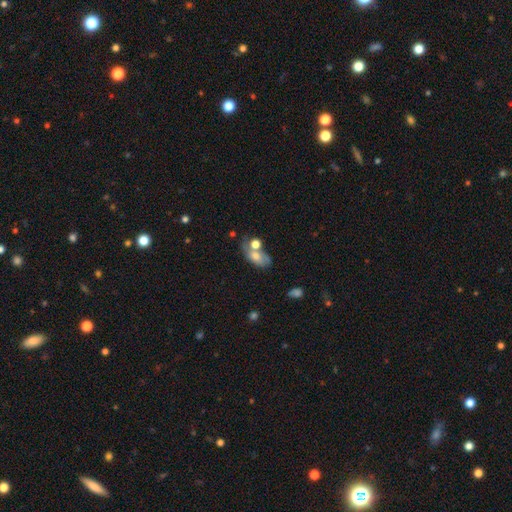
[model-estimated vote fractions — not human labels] The model was most divided on "merging": merger: 41%, none: 30%, minor disturbance: 16%, major disturbance: 12%. More confident: how rounded — in between (83%); smooth or featured — smooth (60%).